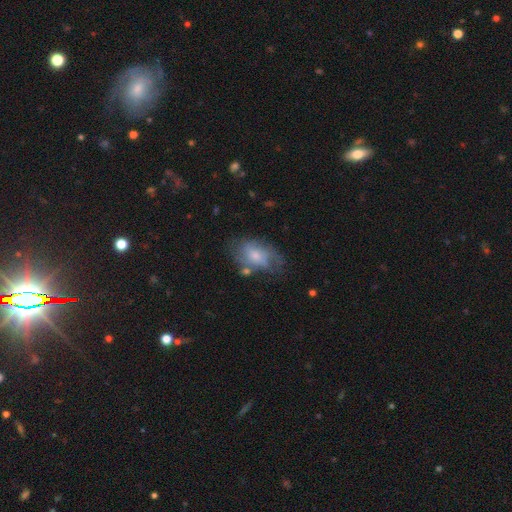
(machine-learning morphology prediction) This is possibly a featured or disk galaxy (49%). Merging: marginally none (45%).